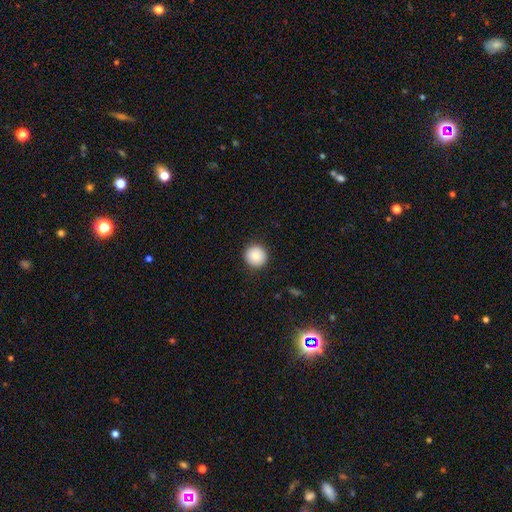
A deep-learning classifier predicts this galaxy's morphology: smooth_or_featured: smooth (p=0.88) [alt: star or artifact p=0.08]
how_rounded: round (p=0.95) [alt: in between p=0.04]
merging: none (p=0.91) [alt: minor disturbance p=0.06]